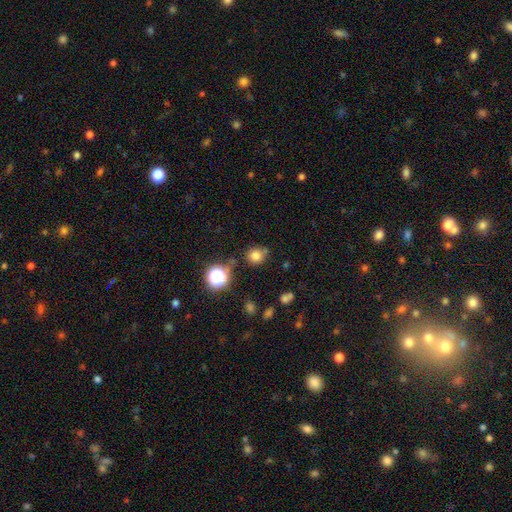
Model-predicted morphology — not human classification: A smooth galaxy with no disk features (77%) that is round (86%). Merging: none (72%).